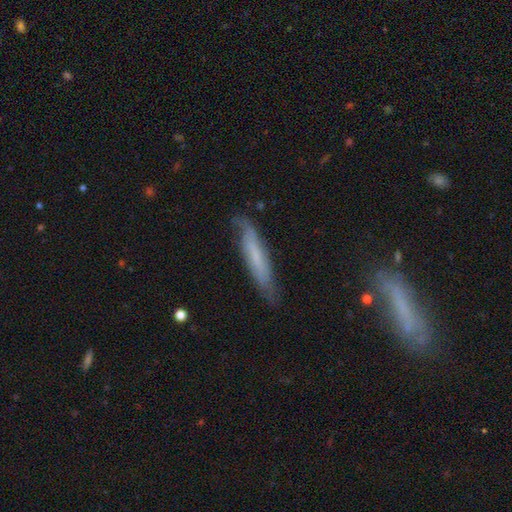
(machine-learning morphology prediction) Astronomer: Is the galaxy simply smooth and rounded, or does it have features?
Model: smooth — 47% (runner-up: featured or disk, 45%).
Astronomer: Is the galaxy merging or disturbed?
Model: none — 74%.